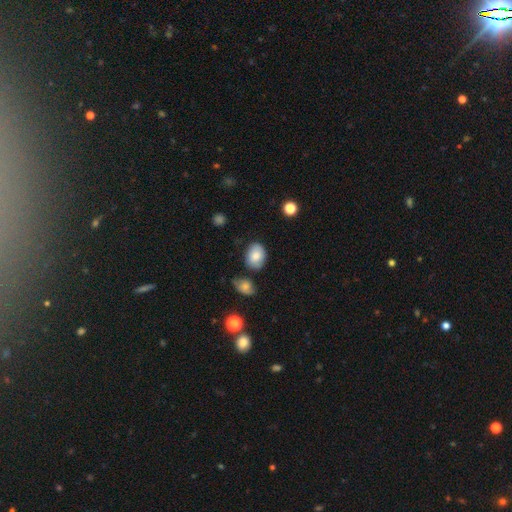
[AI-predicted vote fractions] smooth-or-featured: smooth: 80% | featured or disk: 12% | star or artifact: 8%
  how-rounded: in between: 66% | round: 33% | cigar-shaped: 1%
  merging: none: 73% | minor disturbance: 17% | merger: 6% | major disturbance: 4%